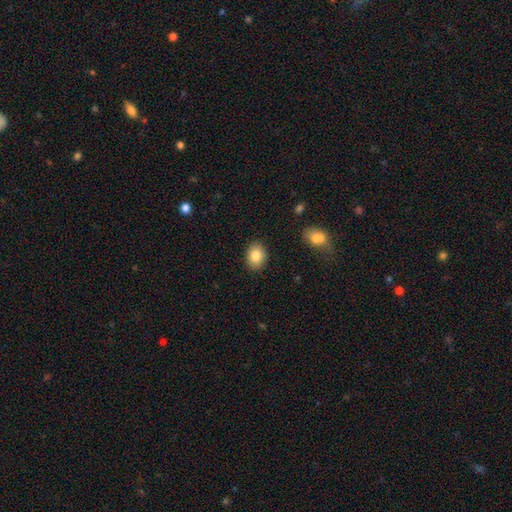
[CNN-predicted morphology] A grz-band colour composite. It shows a smooth galaxy with no disk features (84%) that is in between round and cigar-shaped (63%). Merging: none (88%).